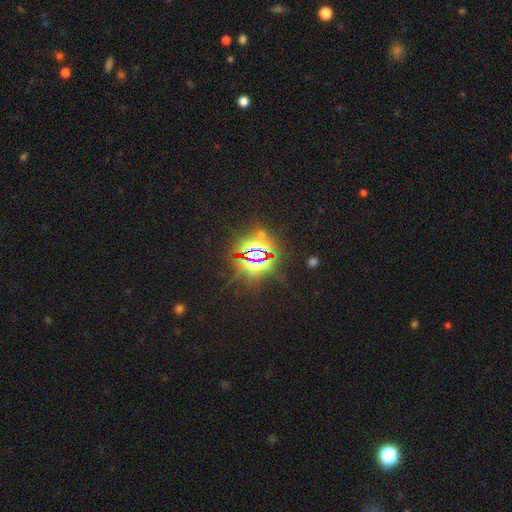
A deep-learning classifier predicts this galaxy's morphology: Overall: star or artifact (83%).